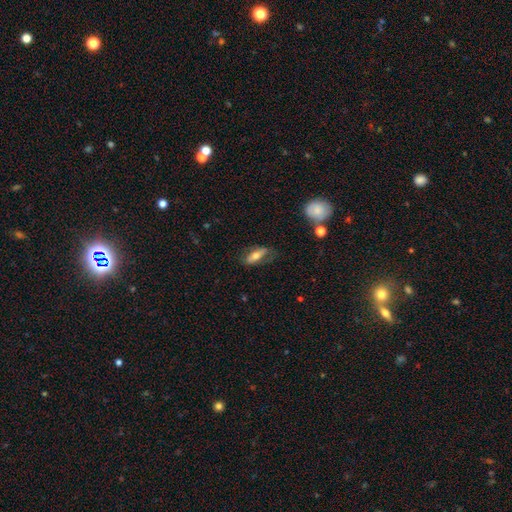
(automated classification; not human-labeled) Morphology: type=smooth (56%); roundness=in between (69%); merging=none (66%).